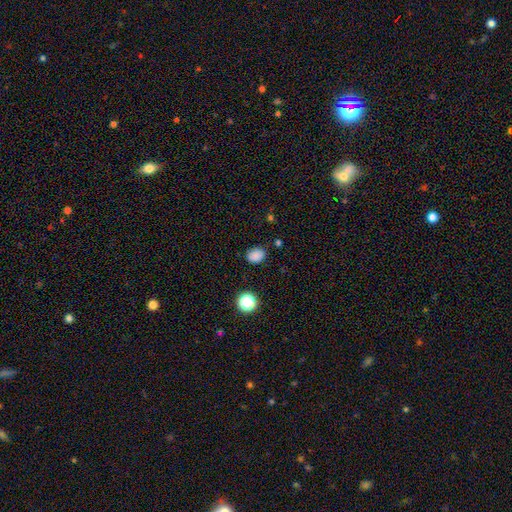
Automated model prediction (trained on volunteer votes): Morphology: type=smooth (84%); roundness=in between (61%); merging=none (83%).